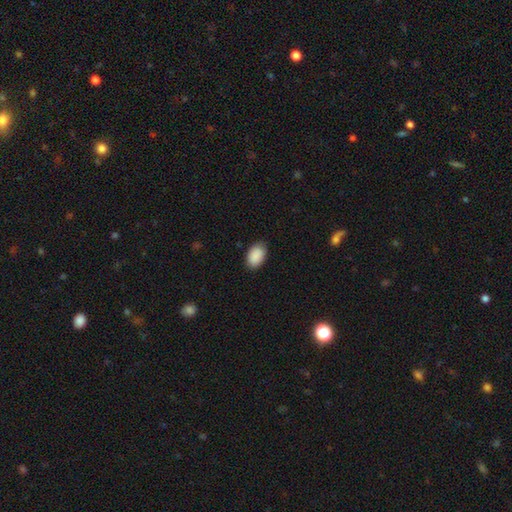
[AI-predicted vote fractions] The model was most divided on "merging": none: 84%, minor disturbance: 13%, major disturbance: 2%, merger: 1%. More confident: how rounded — in between (91%); smooth or featured — smooth (91%).